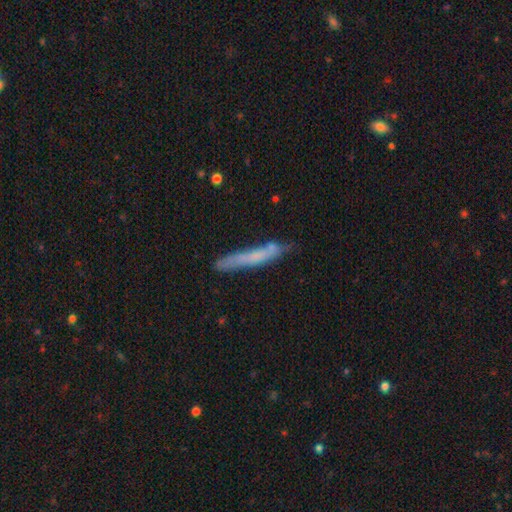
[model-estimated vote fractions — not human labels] smooth 57%, featured or disk 35%, star or artifact 8%. Down the decision tree: how rounded — cigar-shaped (95%); merging — none (73%).